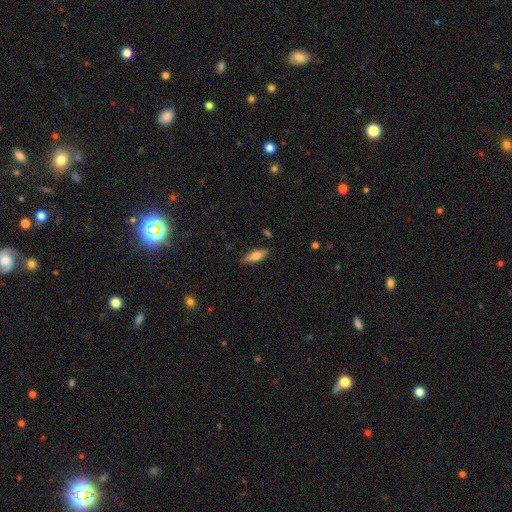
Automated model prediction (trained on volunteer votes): smooth_or_featured: smooth (p=0.65) [alt: featured or disk p=0.28]
how_rounded: cigar-shaped (p=0.51) [alt: in between p=0.47]
merging: none (p=0.83) [alt: minor disturbance p=0.13]